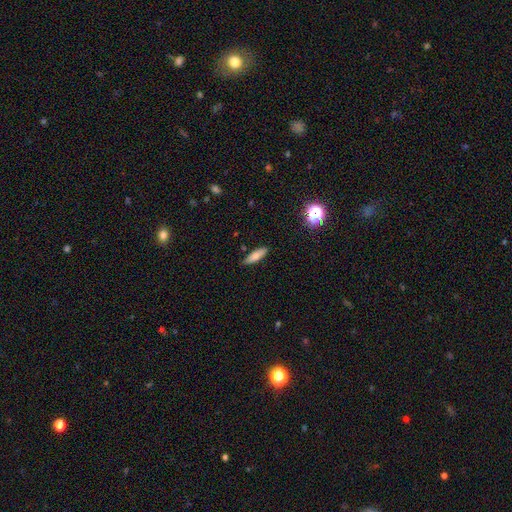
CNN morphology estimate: smooth_or_featured: smooth (p=0.75) [alt: featured or disk p=0.15]
how_rounded: cigar-shaped (p=0.51) [alt: in between p=0.46]
merging: none (p=0.85) [alt: minor disturbance p=0.11]